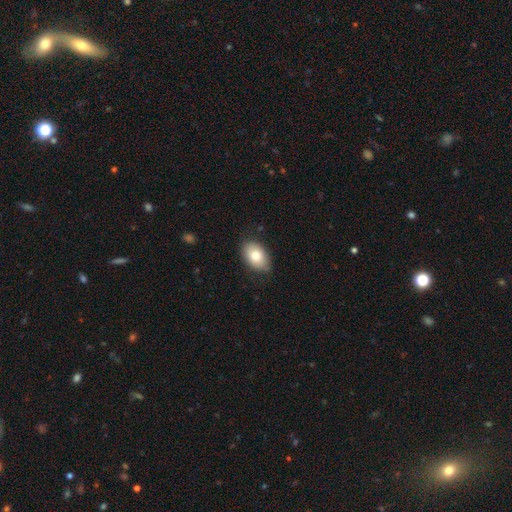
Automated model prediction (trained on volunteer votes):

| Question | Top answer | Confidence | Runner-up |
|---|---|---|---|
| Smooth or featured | smooth | 78% | featured or disk (15%) |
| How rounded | in between | 87% | round (11%) |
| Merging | none | 81% | minor disturbance (16%) |